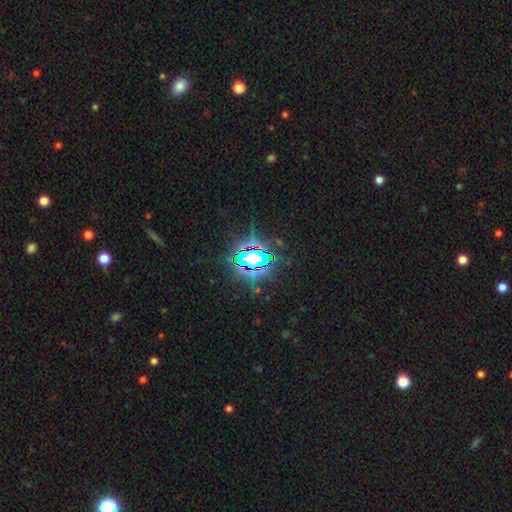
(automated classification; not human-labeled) Q: Smooth or featured?
A: star or artifact (74%); runner-up: smooth (14%)